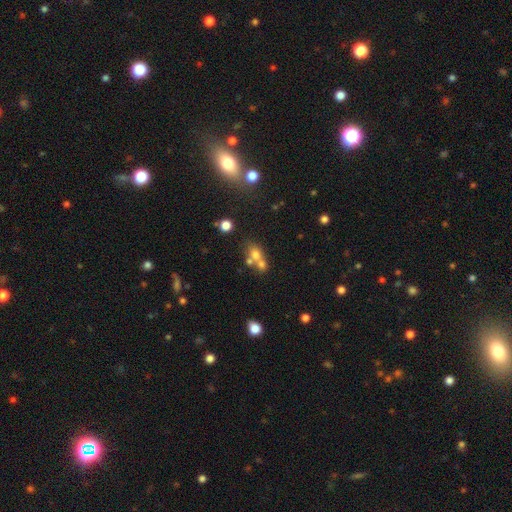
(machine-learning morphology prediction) Q: Smooth or featured?
A: smooth (61%); runner-up: star or artifact (21%)
Q: How rounded?
A: round (58%); runner-up: in between (39%)
Q: Merging?
A: merger (50%); runner-up: none (37%)